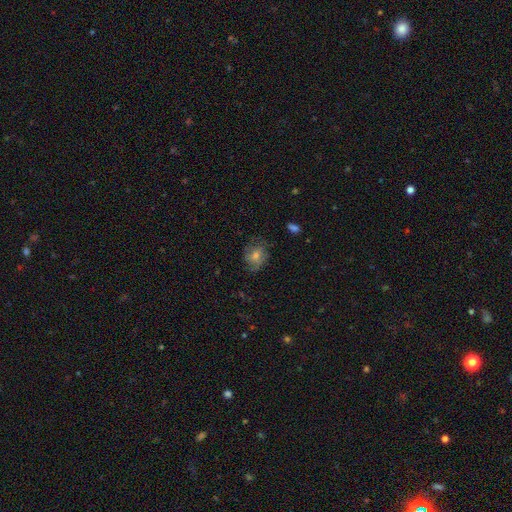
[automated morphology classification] smooth-or-featured: featured or disk: 48% | smooth: 37% | star or artifact: 15%
  merging: none: 71% | minor disturbance: 19% | major disturbance: 9% | merger: 1%